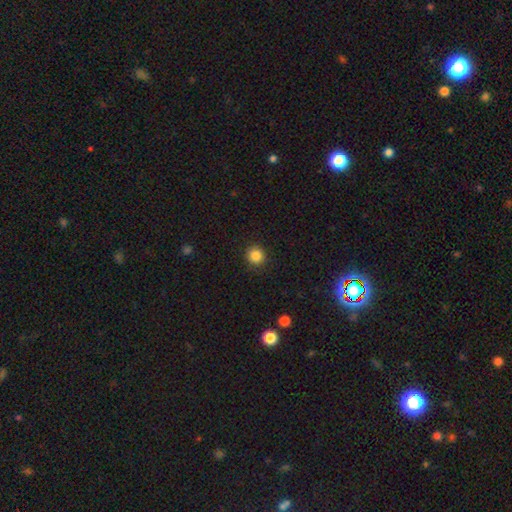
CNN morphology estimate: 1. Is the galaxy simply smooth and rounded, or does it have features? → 85% smooth, 11% star or artifact, 4% featured or disk.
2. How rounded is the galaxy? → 93% round, 6% in between, 1% cigar-shaped.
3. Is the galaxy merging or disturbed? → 91% none, 6% minor disturbance, 2% major disturbance, 1% merger.